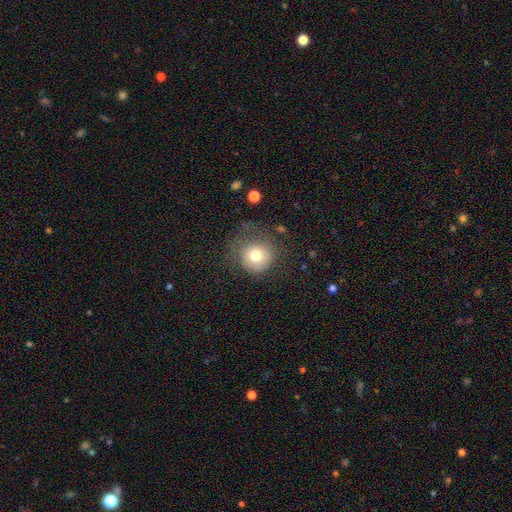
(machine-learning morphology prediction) This is likely a smooth galaxy (74%). How rounded: clearly round (89%). Merging: possibly none (55%).